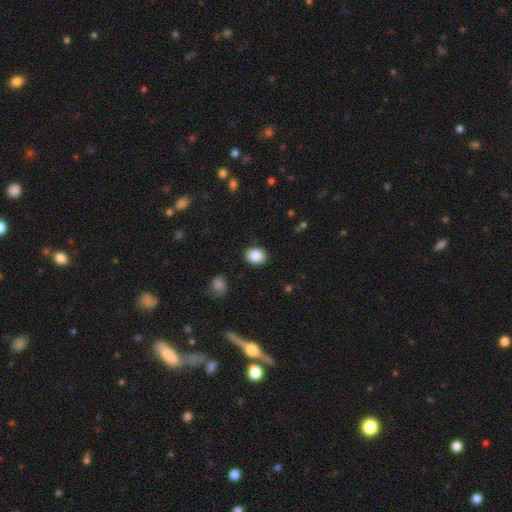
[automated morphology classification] The model was most divided on "how rounded": in between: 54%, round: 45%, cigar-shaped: 1%. More confident: merging — none (89%); smooth or featured — smooth (87%).